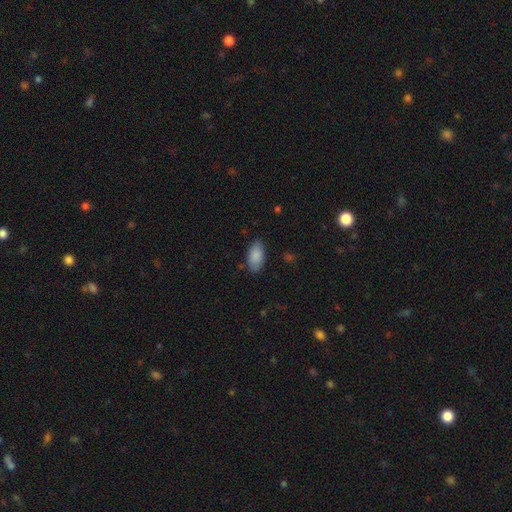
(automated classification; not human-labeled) smooth 88%, star or artifact 6%, featured or disk 5%. Down the decision tree: how rounded — in between (94%); merging — none (82%).